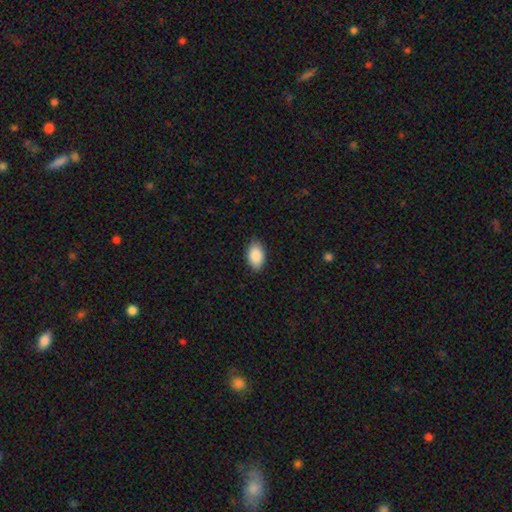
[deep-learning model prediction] Smooth or featured? Predicted: smooth (p=0.89). How rounded? Predicted: in between (p=0.93). Merging? Predicted: none (p=0.85).